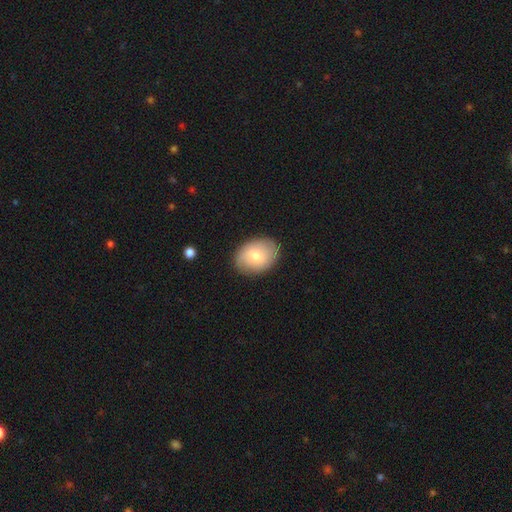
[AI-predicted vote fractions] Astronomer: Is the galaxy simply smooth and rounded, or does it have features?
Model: smooth — 71%.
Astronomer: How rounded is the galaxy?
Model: in between — 72%.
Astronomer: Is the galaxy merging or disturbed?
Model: none — 86%.